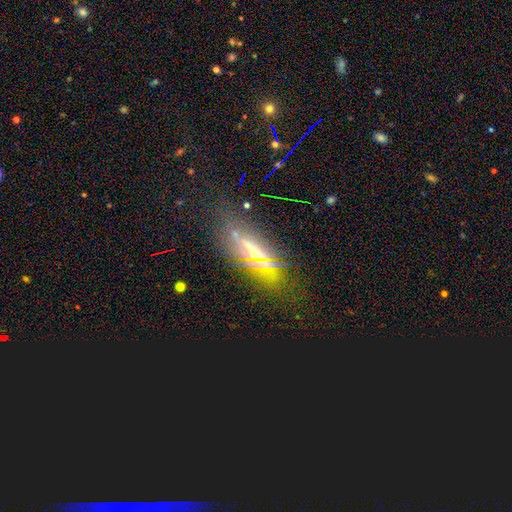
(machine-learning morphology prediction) Q: Smooth or featured?
A: featured or disk (51%); runner-up: smooth (29%)
Q: Edge-on disk?
A: yes (68%); runner-up: no (32%)
Q: Merging?
A: none (66%); runner-up: minor disturbance (19%)